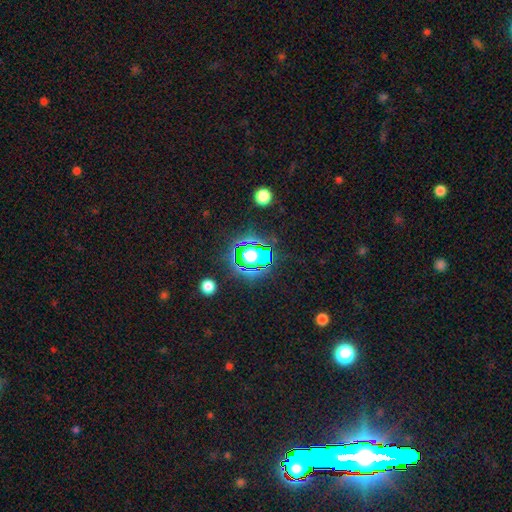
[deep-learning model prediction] Morphology: type=star or artifact (77%).